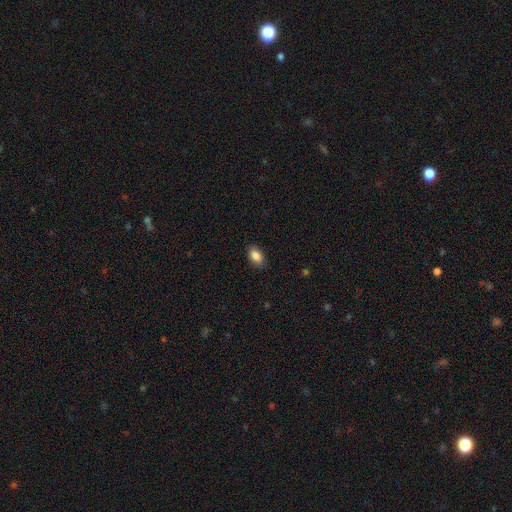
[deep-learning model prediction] Overall: smooth (87%). How rounded: in between (90%). Merging: none (87%).